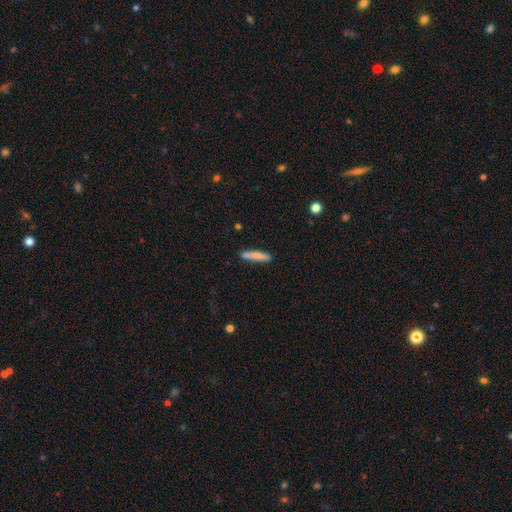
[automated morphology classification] A smooth galaxy with no disk features (79%) that is cigar-shaped (90%). Merging: none (81%).